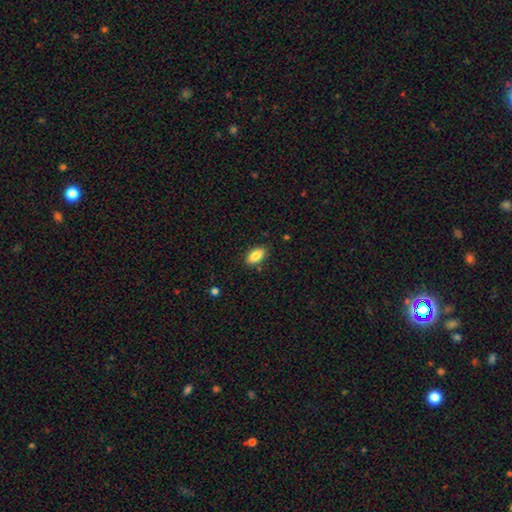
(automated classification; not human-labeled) Q: Smooth or featured?
A: smooth (87%); runner-up: star or artifact (7%)
Q: How rounded?
A: in between (90%); runner-up: cigar-shaped (7%)
Q: Merging?
A: none (86%); runner-up: minor disturbance (10%)